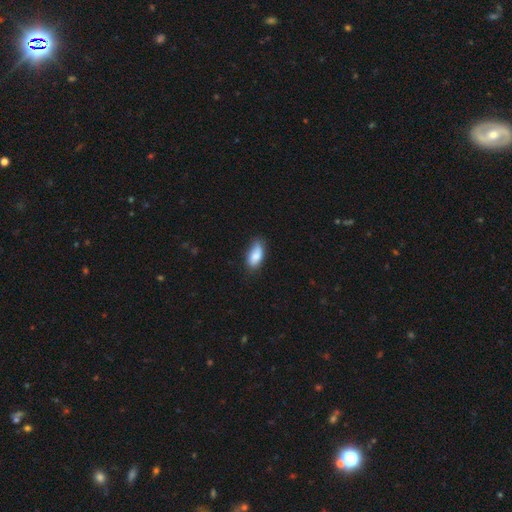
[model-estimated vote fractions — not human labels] smooth 85%, featured or disk 8%, star or artifact 7%. Down the decision tree: how rounded — in between (90%); merging — none (63%).